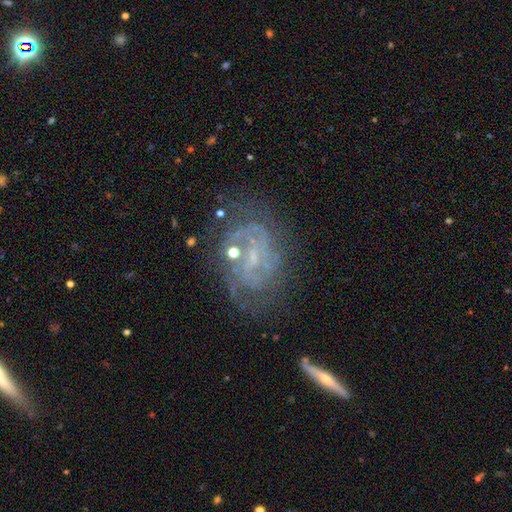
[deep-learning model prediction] Overall: featured or disk (80%). Edge-on disk: no (95%). Bar: weak (44%; no 37%). Spiral arms: yes (91%). Spiral arm count: 2 (42%; can't tell 28%). Spiral winding: tight (52%; medium 36%). Bulge size: small (68%). Merging: none (66%).